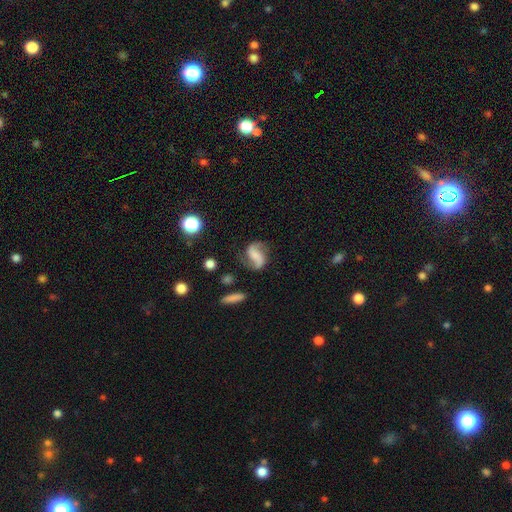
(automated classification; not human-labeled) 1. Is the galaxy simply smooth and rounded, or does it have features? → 76% featured or disk, 16% smooth, 8% star or artifact.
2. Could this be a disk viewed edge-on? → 97% no, 3% yes.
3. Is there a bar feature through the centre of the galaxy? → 35% weak, 34% no, 32% strong.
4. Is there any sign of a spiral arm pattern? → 95% yes, 5% no.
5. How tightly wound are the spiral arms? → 58% loose, 33% medium, 9% tight.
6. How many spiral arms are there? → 92% 2, 3% 1, 2% can't tell, 1% 3, 1% 4, 1% more than 4.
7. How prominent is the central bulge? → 50% none, 20% small, 17% moderate, 10% large, 3% dominant.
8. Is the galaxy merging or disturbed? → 75% none, 15% minor disturbance, 7% major disturbance, 3% merger.